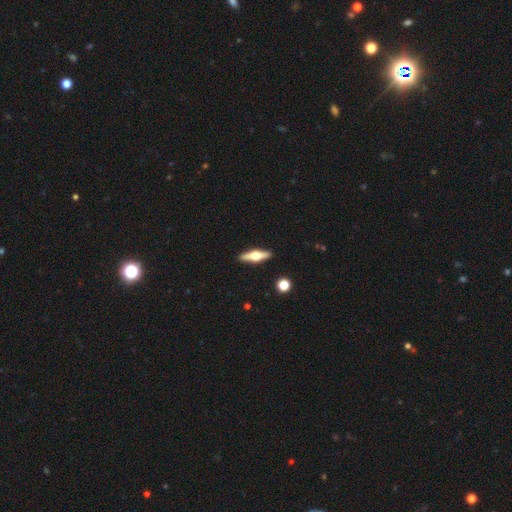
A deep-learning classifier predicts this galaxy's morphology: featured or disk 67%, smooth 28%, star or artifact 6%. Down the decision tree: edge-on disk — yes (96%); edge-on bulge — rounded (96%); merging — none (91%).